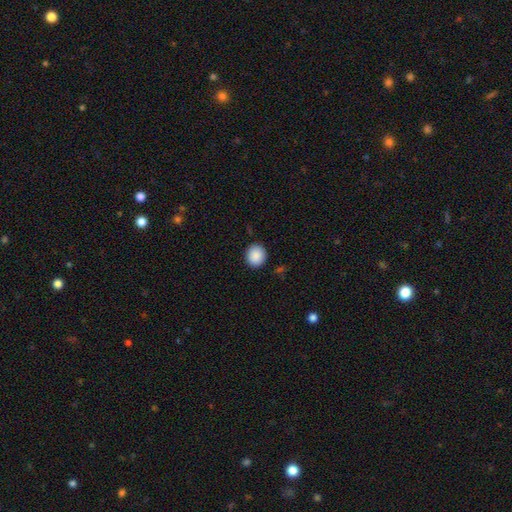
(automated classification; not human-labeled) smooth-or-featured: smooth: 89% | star or artifact: 8% | featured or disk: 3%
  how-rounded: round: 75% | in between: 24% | cigar-shaped: 1%
  merging: none: 89% | minor disturbance: 7% | major disturbance: 2% | merger: 1%